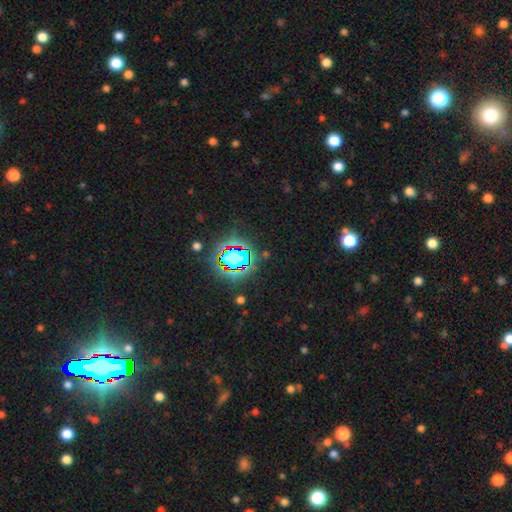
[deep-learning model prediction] Q: Smooth or featured?
A: star or artifact (80%); runner-up: smooth (12%)